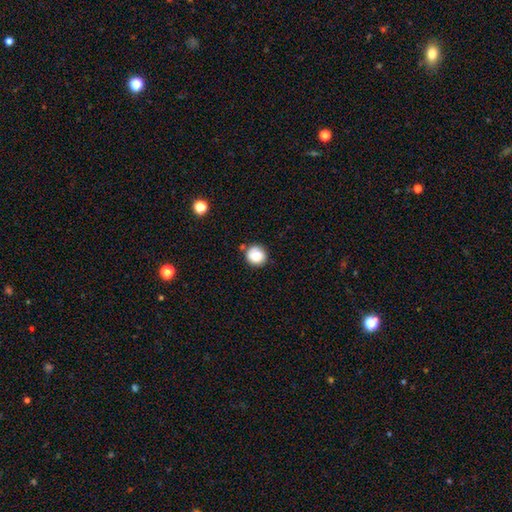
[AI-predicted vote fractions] Overall: smooth (84%). How rounded: round (85%). Merging: none (74%).